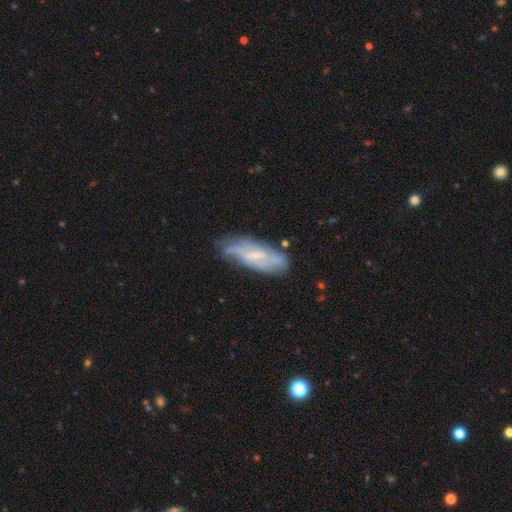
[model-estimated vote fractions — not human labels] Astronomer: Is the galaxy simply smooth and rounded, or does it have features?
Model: featured or disk — 62%.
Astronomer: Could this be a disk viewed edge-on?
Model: no — 81%.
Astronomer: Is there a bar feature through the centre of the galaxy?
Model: weak — 46% (runner-up: no, 36%).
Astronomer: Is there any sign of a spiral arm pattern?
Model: yes — 73%.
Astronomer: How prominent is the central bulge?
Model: small — 51% (runner-up: moderate, 26%).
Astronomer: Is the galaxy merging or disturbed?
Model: none — 57%.